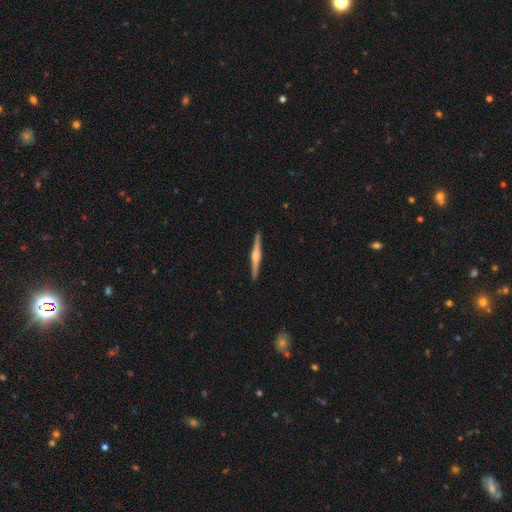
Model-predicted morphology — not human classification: A featured or disk galaxy (75%) viewed edge-on (98%) with a rounded central bulge (88%).

Vote fractions:
- Smooth or featured? featured or disk: 75% / smooth: 20% / star or artifact: 5%
- Edge-on disk? yes: 98% / no: 2%
- Edge-on bulge? rounded: 88% / boxy: 7% / none: 5%
- Merging? none: 92% / minor disturbance: 5% / major disturbance: 1% / merger: 1%